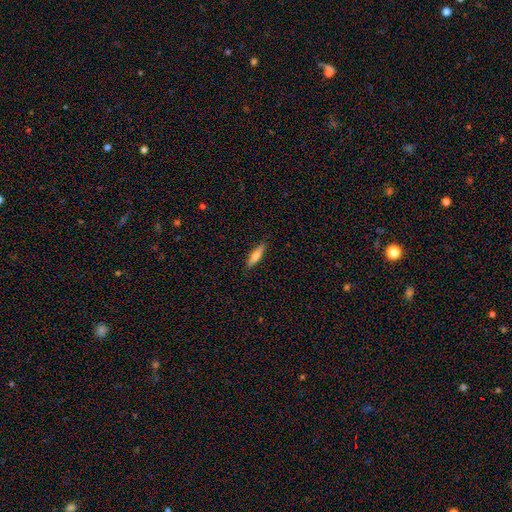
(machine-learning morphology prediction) Smooth or featured: smooth — 72% (featured or disk — 22%)
How rounded: cigar-shaped — 71% (in between — 28%)
Merging: none — 88% (minor disturbance — 9%)